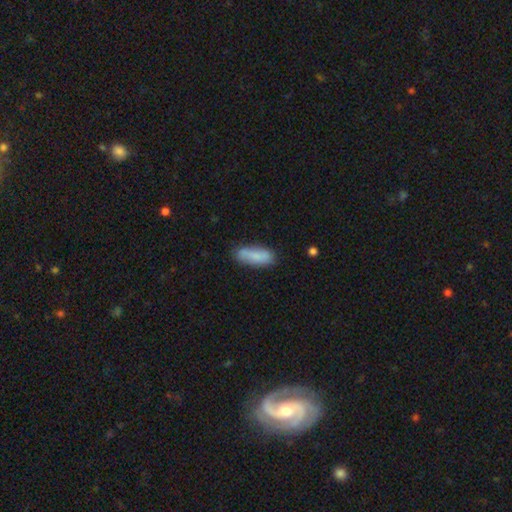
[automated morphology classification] smooth_or_featured: smooth (p=0.83) [alt: featured or disk p=0.11]
how_rounded: in between (p=0.58) [alt: cigar-shaped p=0.40]
merging: none (p=0.73) [alt: minor disturbance p=0.20]